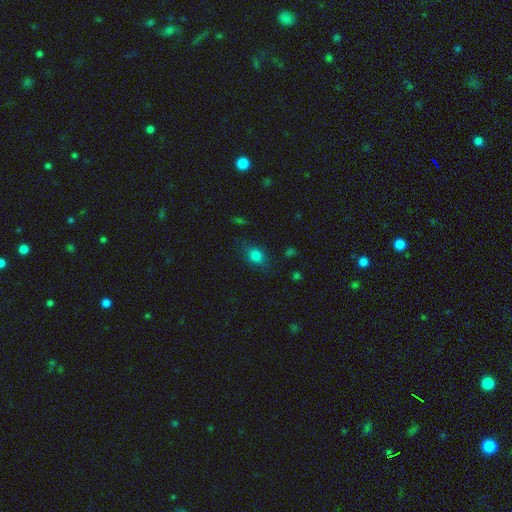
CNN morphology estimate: type=smooth (80%); roundness=in between (59%); merging=none (75%).